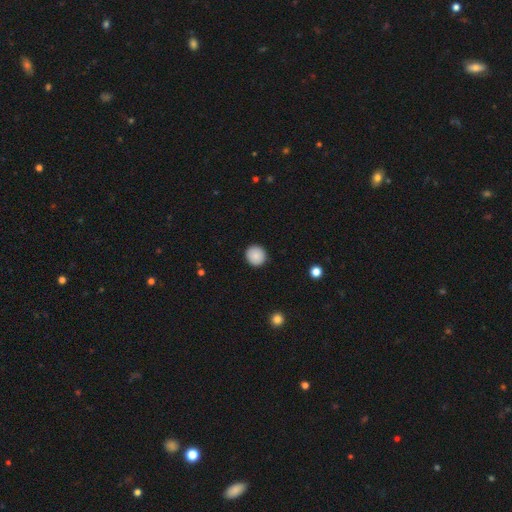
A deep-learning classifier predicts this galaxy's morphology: Smooth or featured? smooth (88%)
How rounded? round (92%)
Merging? none (92%)